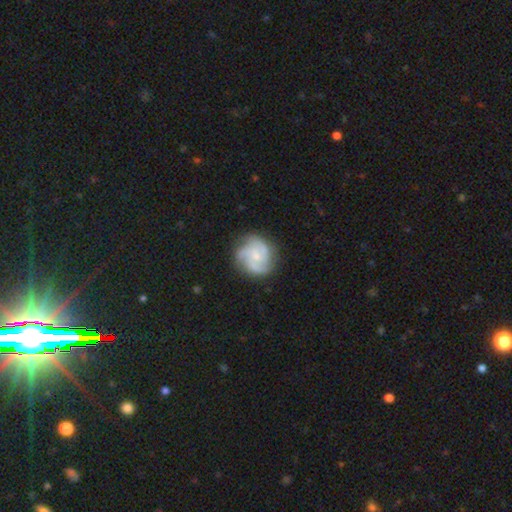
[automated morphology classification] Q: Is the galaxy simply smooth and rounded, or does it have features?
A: featured or disk — 78%.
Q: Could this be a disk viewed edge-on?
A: no — 98%.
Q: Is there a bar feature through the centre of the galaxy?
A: no — 69%.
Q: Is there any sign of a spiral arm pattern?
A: yes — 96%.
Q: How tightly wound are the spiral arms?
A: medium — 47%.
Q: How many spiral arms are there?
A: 3 — 58%.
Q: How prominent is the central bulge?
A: small — 60%.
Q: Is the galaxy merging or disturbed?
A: none — 75%.